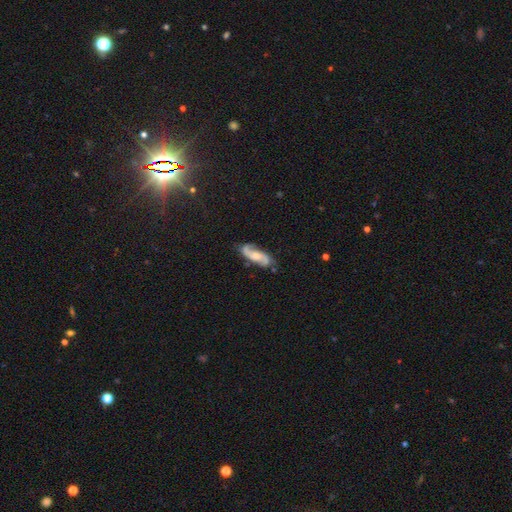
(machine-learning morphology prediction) This is likely a featured or disk galaxy (76%). It is clearly not viewed edge-on (92%). Bar: possibly no (54%). Spiral arm pattern: clearly yes (96%). Spiral arm count: clearly 2 (91%). Spiral winding: possibly medium (46%). Central bulge: marginally moderate (41%). Merging: likely none (76%).